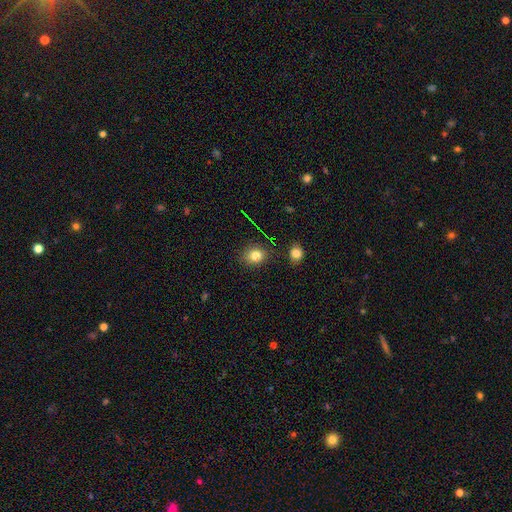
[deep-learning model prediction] This is likely a smooth galaxy (79%). How rounded: likely round (61%). Merging: clearly none (83%).